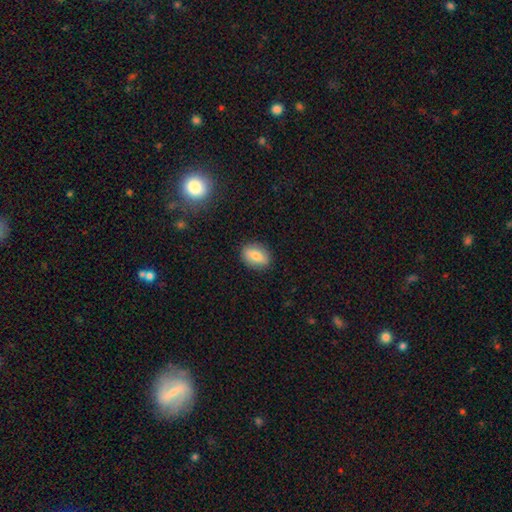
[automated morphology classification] Smooth or featured? smooth (75%)
How rounded? in between (78%)
Merging? none (87%)